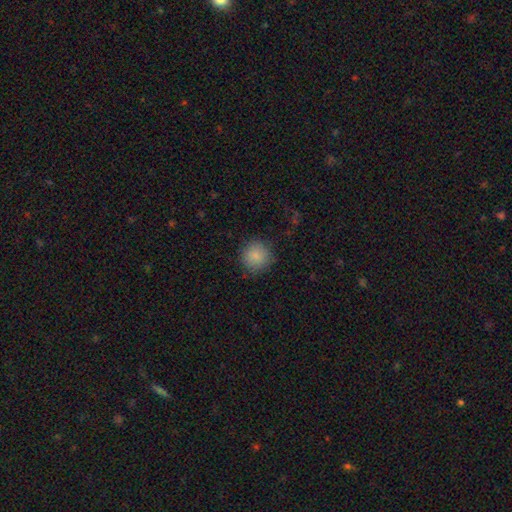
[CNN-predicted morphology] This is clearly a smooth galaxy (86%). How rounded: clearly round (92%). Merging: clearly none (85%).